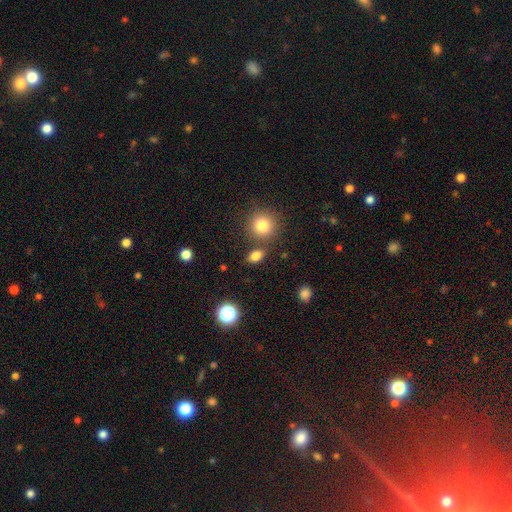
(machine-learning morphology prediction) smooth 80%, star or artifact 13%, featured or disk 7%. Down the decision tree: how rounded — in between (70%); merging — none (74%).